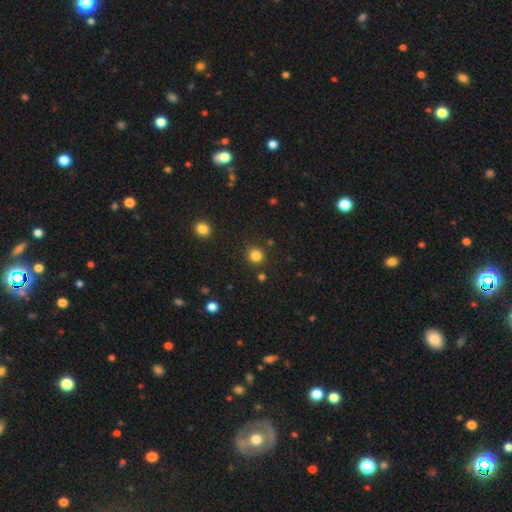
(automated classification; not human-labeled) Smooth or featured? Predicted: smooth (p=0.83). How rounded? Predicted: round (p=0.90). Merging? Predicted: none (p=0.88).